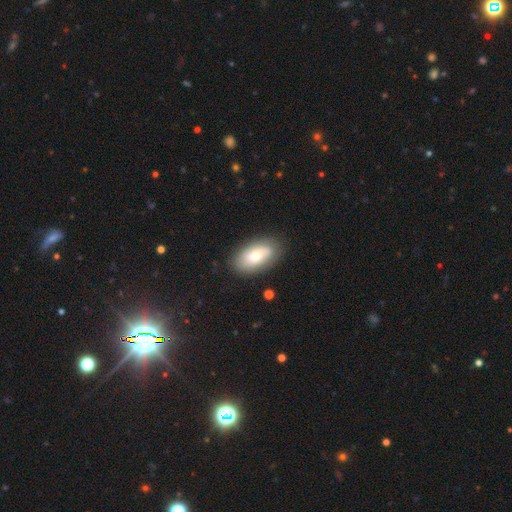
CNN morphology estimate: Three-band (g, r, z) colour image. It shows a smooth galaxy with no disk features (69%) that is in between round and cigar-shaped (93%). Merging: none (80%).